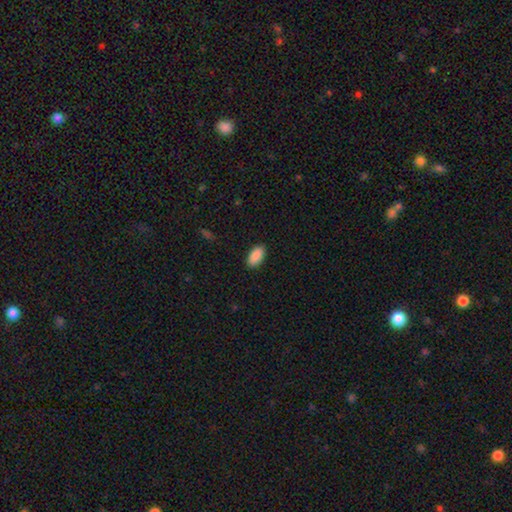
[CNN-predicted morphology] This is clearly a smooth galaxy (91%). How rounded: clearly in between (94%). Merging: clearly none (89%).